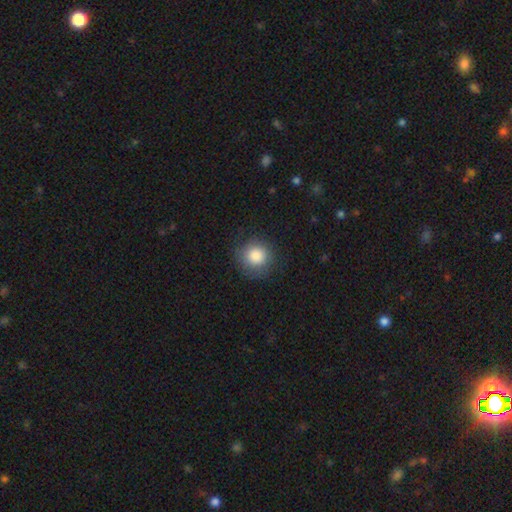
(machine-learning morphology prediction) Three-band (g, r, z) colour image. It shows a smooth galaxy with no disk features (85%) that is round (93%). Merging: none (83%).